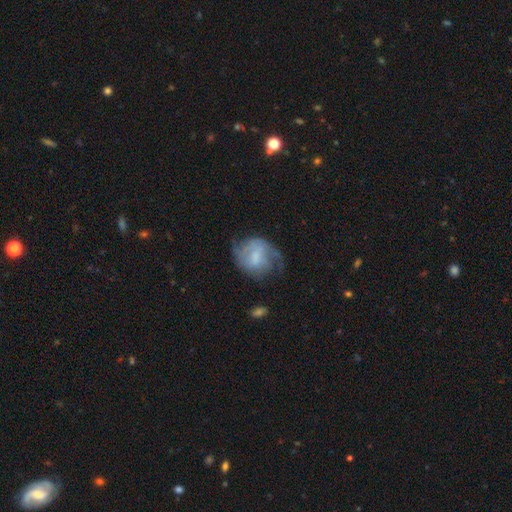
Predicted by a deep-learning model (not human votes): A featured or disk galaxy (58%) with no bar (49%), spiral arms (79%) and a moderate central bulge (31%).

Vote fractions:
- Smooth or featured? featured or disk: 58% / smooth: 34% / star or artifact: 8%
- Edge-on disk? no: 97% / yes: 3%
- Bar? no: 49% / weak: 43% / strong: 8%
- Spiral arms? yes: 79% / no: 21%
- Bulge size? moderate: 31% / small: 29% / none: 28% / large: 10% / dominant: 2%
- Merging? none: 46% / minor disturbance: 27% / major disturbance: 24% / merger: 2%